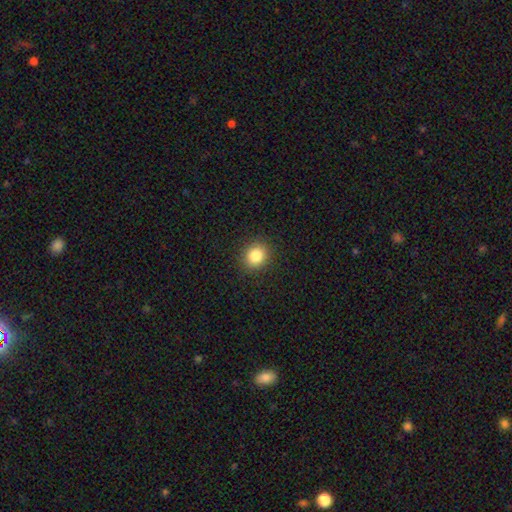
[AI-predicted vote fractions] smooth-or-featured: smooth: 84% | star or artifact: 11% | featured or disk: 5%
  how-rounded: round: 78% | in between: 21% | cigar-shaped: 1%
  merging: none: 90% | minor disturbance: 7% | major disturbance: 2% | merger: 1%